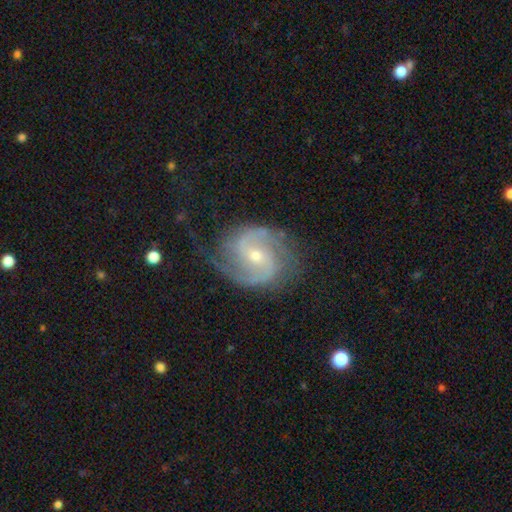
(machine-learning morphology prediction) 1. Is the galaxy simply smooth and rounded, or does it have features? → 89% featured or disk, 6% star or artifact, 6% smooth.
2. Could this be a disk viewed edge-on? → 98% no, 2% yes.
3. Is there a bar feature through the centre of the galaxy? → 43% weak, 42% no, 15% strong.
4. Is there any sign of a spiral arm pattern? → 98% yes, 2% no.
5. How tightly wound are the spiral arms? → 53% medium, 31% tight, 16% loose.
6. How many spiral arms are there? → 83% 2, 6% 3, 5% can't tell, 2% 1, 2% 4, 2% more than 4.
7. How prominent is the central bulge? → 56% small, 41% moderate, 1% large, 1% none, 1% dominant.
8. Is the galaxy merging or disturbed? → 71% none, 19% minor disturbance, 8% major disturbance, 1% merger.